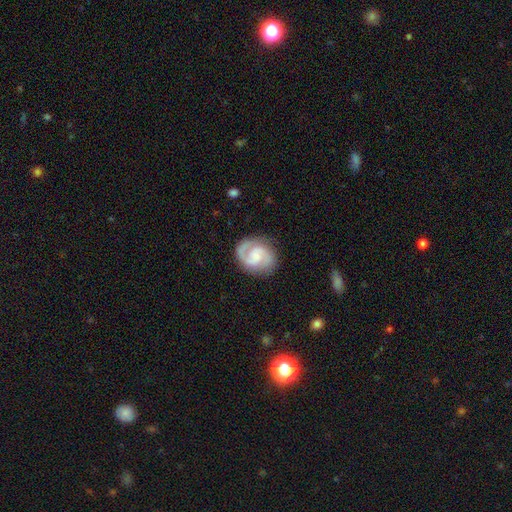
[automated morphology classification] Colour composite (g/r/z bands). It shows a featured or disk galaxy (84%) with no bar (47%), 2 (87%) medium (51%) spiral arms (97%) and a small central bulge (45%). Merging: none (79%).